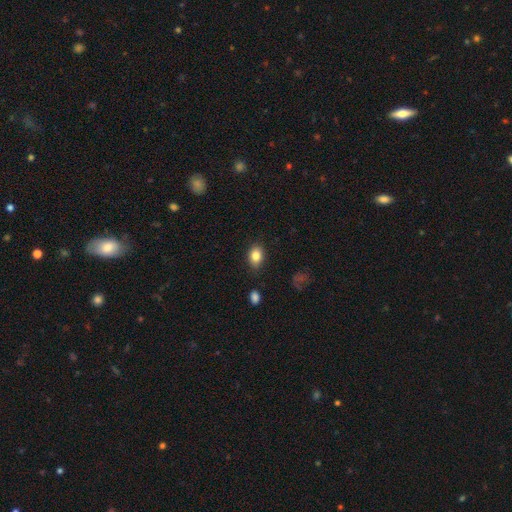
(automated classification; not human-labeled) This appears to be a smooth galaxy with no disk features (83%) that is in between round and cigar-shaped (75%). Merging: none (81%).